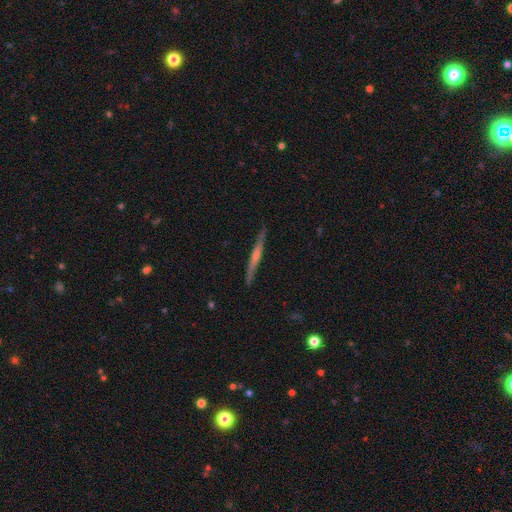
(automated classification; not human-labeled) The model was most divided on "smooth or featured": featured or disk: 70%, smooth: 20%, star or artifact: 9%. More confident: edge-on disk — yes (96%); merging — none (89%); edge-on bulge — rounded (73%).